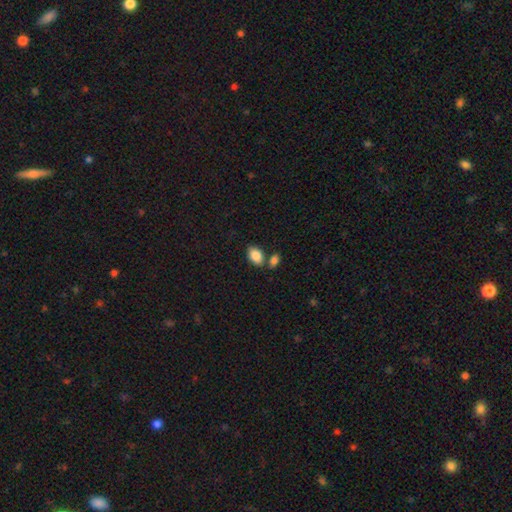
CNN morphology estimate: smooth-or-featured: smooth: 88% | star or artifact: 7% | featured or disk: 5%
  how-rounded: in between: 87% | round: 11% | cigar-shaped: 1%
  merging: none: 64% | merger: 21% | minor disturbance: 12% | major disturbance: 3%